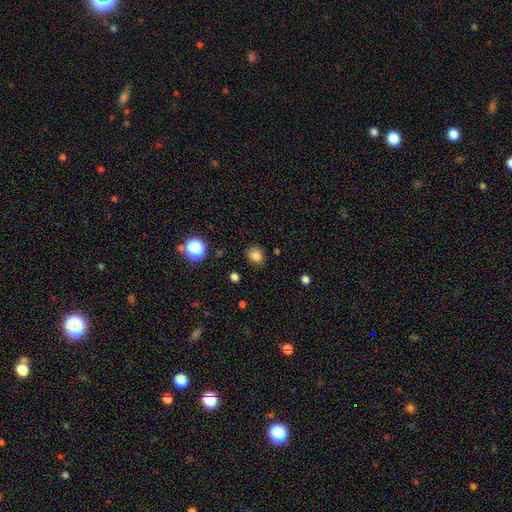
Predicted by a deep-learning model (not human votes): Overall: smooth (82%). How rounded: round (69%; in between 31%). Merging: none (84%).